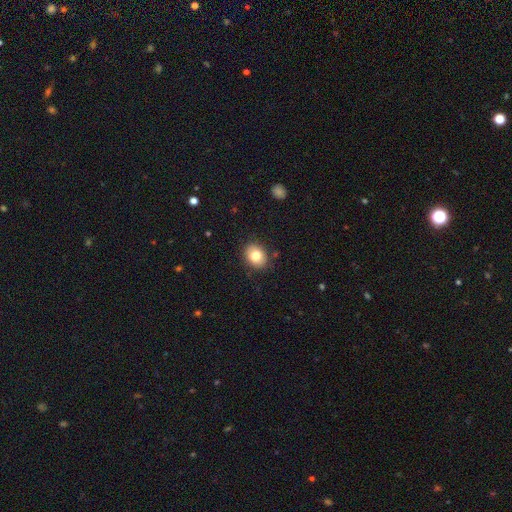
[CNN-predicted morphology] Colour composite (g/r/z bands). It shows a smooth galaxy with no disk features (80%) that is in between round and cigar-shaped (56%). Merging: none (86%).